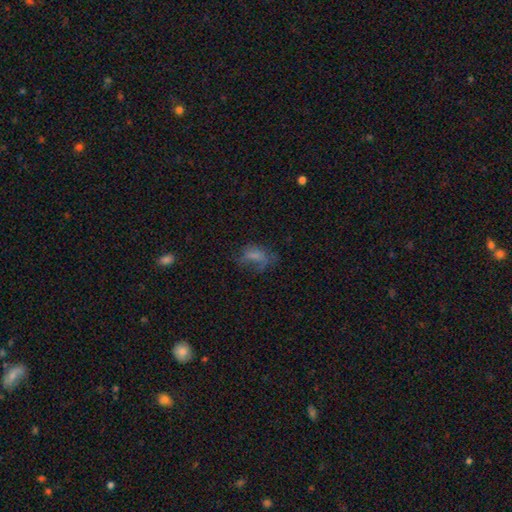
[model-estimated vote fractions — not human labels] Smooth or featured: smooth — 56% (featured or disk — 28%)
How rounded: in between — 82% (round — 12%)
Merging: none — 37% (major disturbance — 35%)